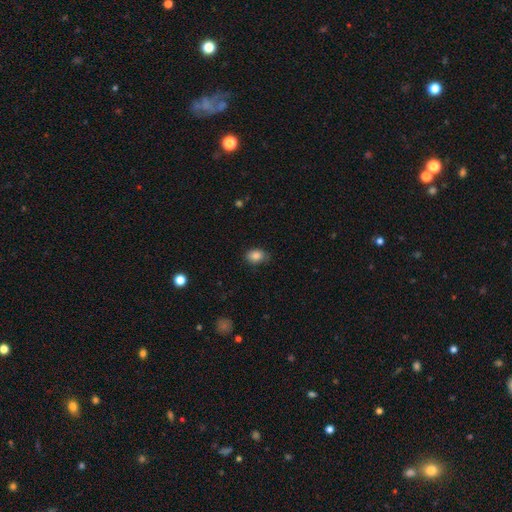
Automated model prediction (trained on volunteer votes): smooth-or-featured: smooth: 85% | star or artifact: 9% | featured or disk: 6%
  how-rounded: in between: 70% | round: 29% | cigar-shaped: 1%
  merging: none: 73% | minor disturbance: 22% | major disturbance: 4% | merger: 1%